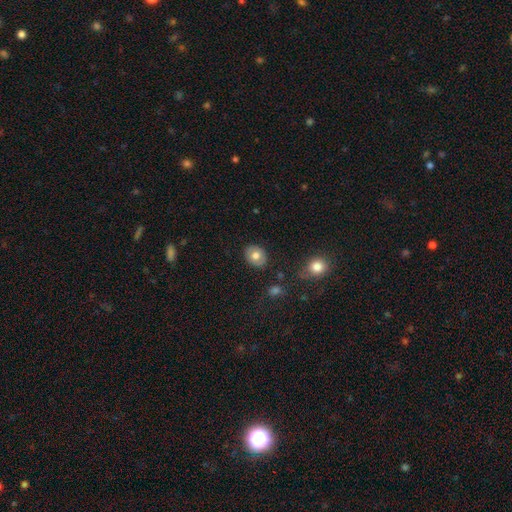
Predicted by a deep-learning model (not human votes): This is likely a smooth galaxy (77%). How rounded: possibly in between (50%). Merging: clearly none (87%).